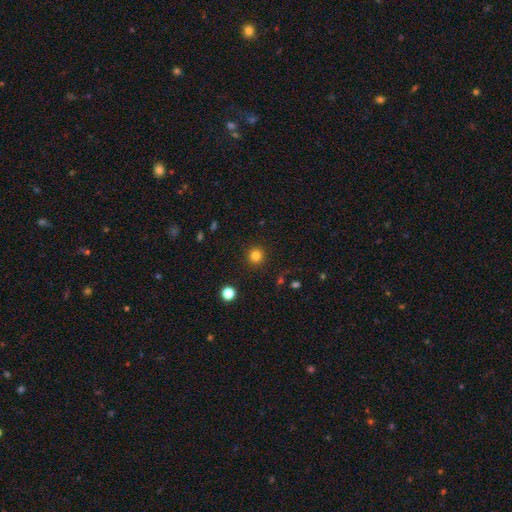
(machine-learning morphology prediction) Q: Smooth or featured?
A: smooth (82%); runner-up: star or artifact (14%)
Q: How rounded?
A: round (95%); runner-up: in between (4%)
Q: Merging?
A: none (91%); runner-up: minor disturbance (5%)